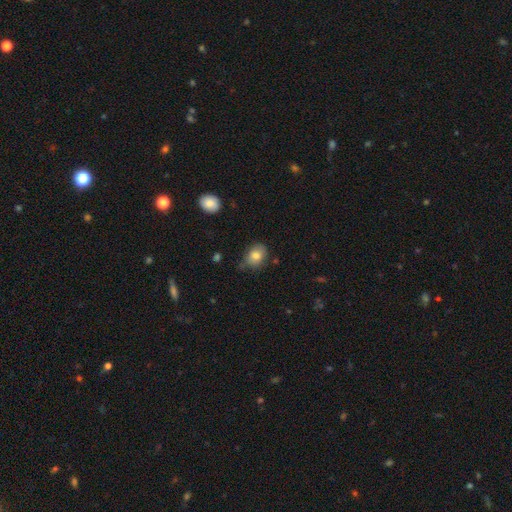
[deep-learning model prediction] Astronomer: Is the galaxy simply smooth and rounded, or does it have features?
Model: smooth — 80%.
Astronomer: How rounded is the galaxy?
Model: in between — 67%.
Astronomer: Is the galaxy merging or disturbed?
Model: none — 65%.